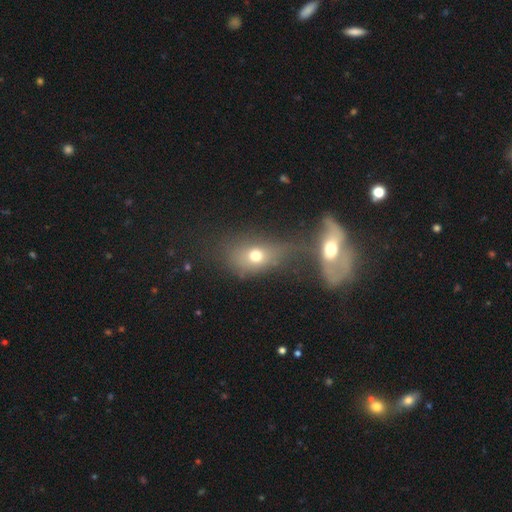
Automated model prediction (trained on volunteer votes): smooth_or_featured: smooth (p=0.63) [alt: featured or disk p=0.20]
how_rounded: in between (p=0.58) [alt: round p=0.38]
merging: merger (p=0.43) [alt: none p=0.30]